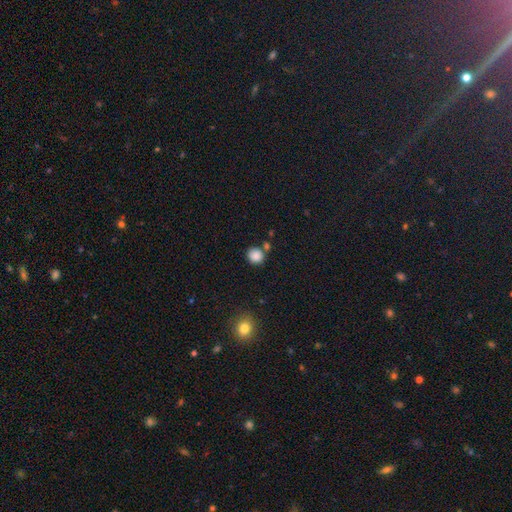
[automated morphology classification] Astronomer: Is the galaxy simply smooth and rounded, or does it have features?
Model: smooth — 86%.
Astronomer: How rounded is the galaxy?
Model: round — 87%.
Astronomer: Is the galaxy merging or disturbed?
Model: none — 71%.